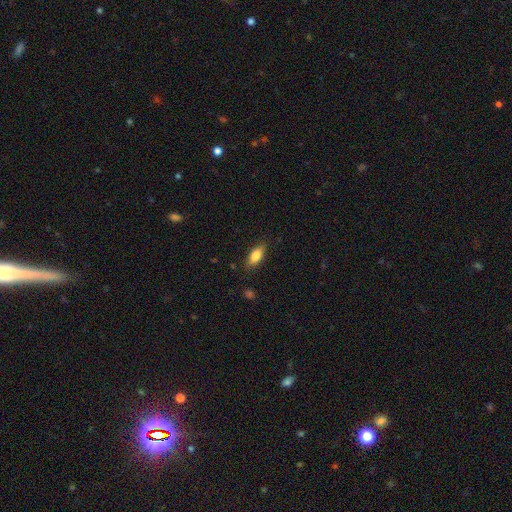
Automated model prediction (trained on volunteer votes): Smooth or featured? smooth (82%)
How rounded? in between (84%)
Merging? none (83%)